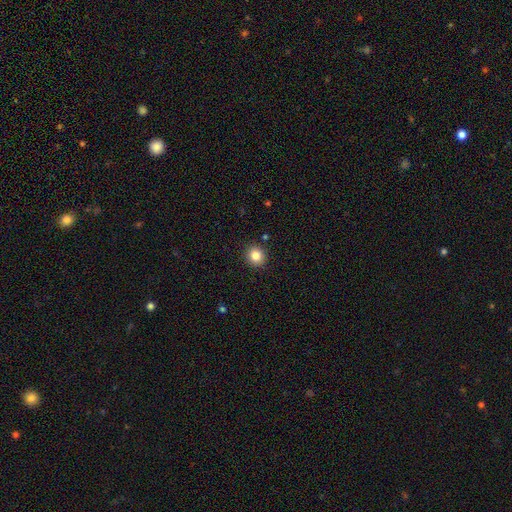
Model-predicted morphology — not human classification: A smooth galaxy with no disk features (84%) that is round (90%).

Vote fractions:
- Smooth or featured? smooth: 84% / star or artifact: 11% / featured or disk: 5%
- How rounded? round: 90% / in between: 9% / cigar-shaped: 1%
- Merging? none: 92% / minor disturbance: 5% / major disturbance: 2% / merger: 1%